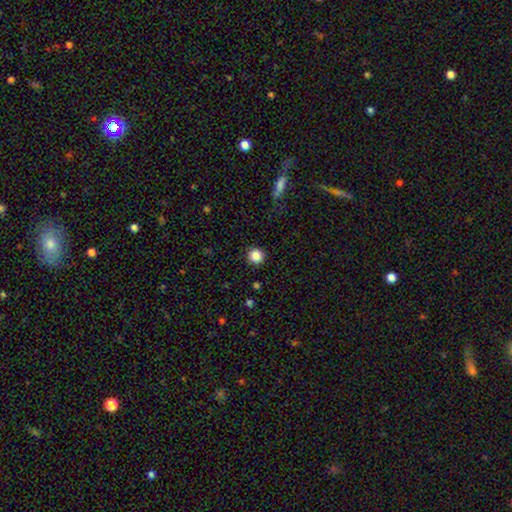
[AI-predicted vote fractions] smooth 87%, star or artifact 10%, featured or disk 3%. Down the decision tree: how rounded — round (95%); merging — none (91%).